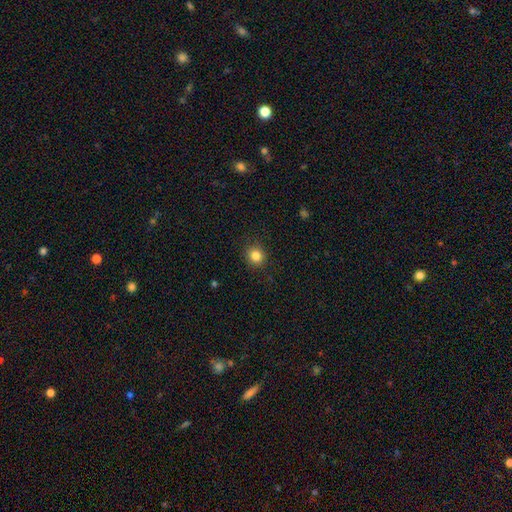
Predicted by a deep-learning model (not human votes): A smooth galaxy with no disk features (84%) that is round (89%).

Vote fractions:
- Smooth or featured? smooth: 84% / star or artifact: 11% / featured or disk: 5%
- How rounded? round: 89% / in between: 10% / cigar-shaped: 1%
- Merging? none: 90% / minor disturbance: 7% / major disturbance: 2% / merger: 1%